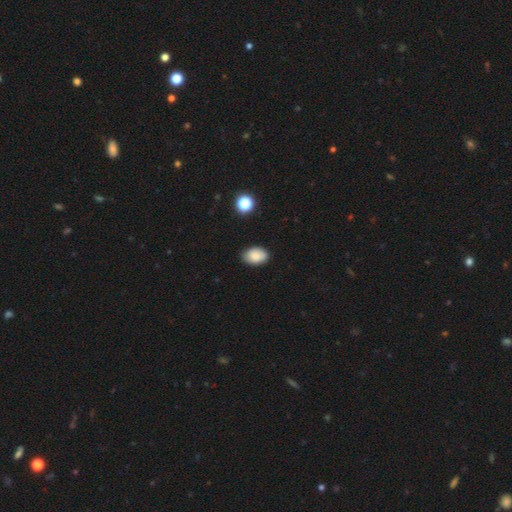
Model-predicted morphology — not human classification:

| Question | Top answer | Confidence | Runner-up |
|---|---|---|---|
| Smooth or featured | smooth | 87% | star or artifact (8%) |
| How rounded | in between | 87% | round (12%) |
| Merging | none | 84% | minor disturbance (13%) |